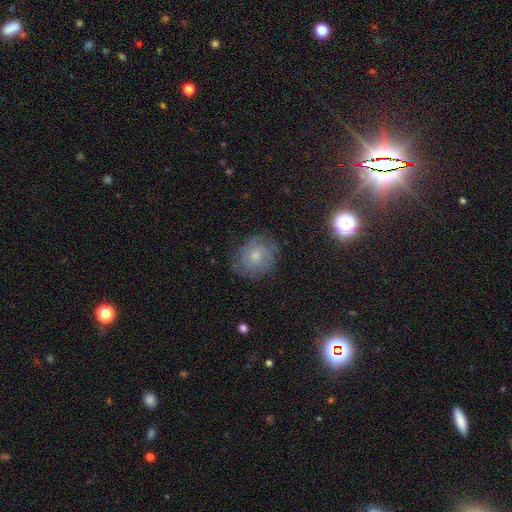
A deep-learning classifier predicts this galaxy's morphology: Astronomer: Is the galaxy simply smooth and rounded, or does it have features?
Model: featured or disk — 50% (runner-up: smooth, 37%).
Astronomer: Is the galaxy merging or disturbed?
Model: none — 73%.